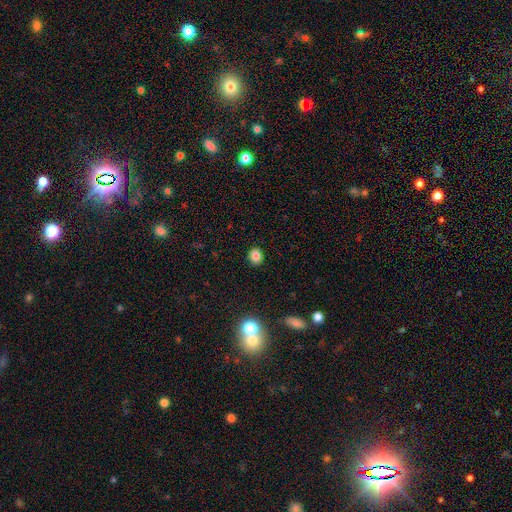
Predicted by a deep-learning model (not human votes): Morphology: type=smooth (84%); roundness=round (67%); merging=none (89%).